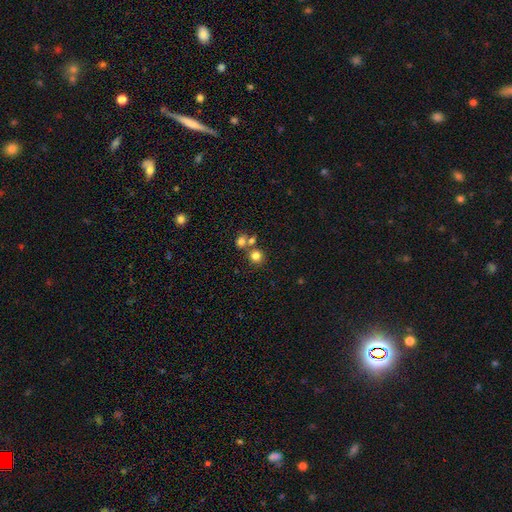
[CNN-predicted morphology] Smooth or featured? Predicted: smooth (p=0.78). How rounded? Predicted: round (p=0.89). Merging? Predicted: none (p=0.62).